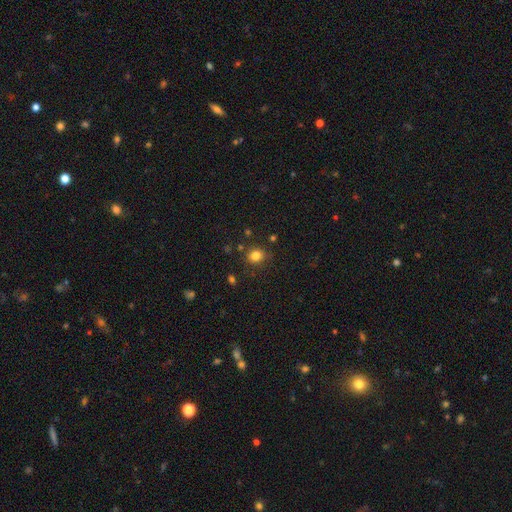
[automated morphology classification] Smooth or featured: smooth — 81% (star or artifact — 13%)
How rounded: round — 82% (in between — 17%)
Merging: none — 82% (minor disturbance — 12%)